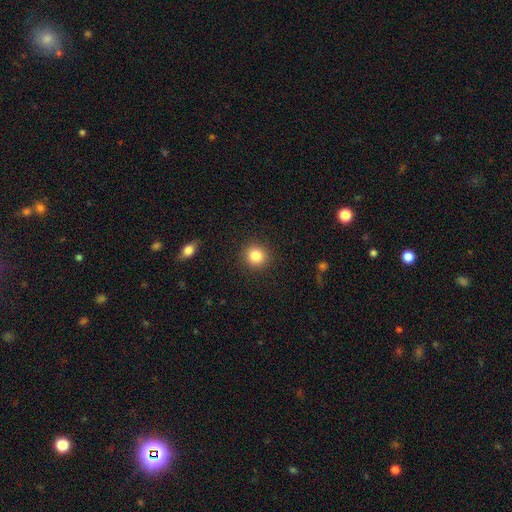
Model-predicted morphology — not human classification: smooth 84%, star or artifact 10%, featured or disk 6%. Down the decision tree: how rounded — round (91%); merging — none (91%).